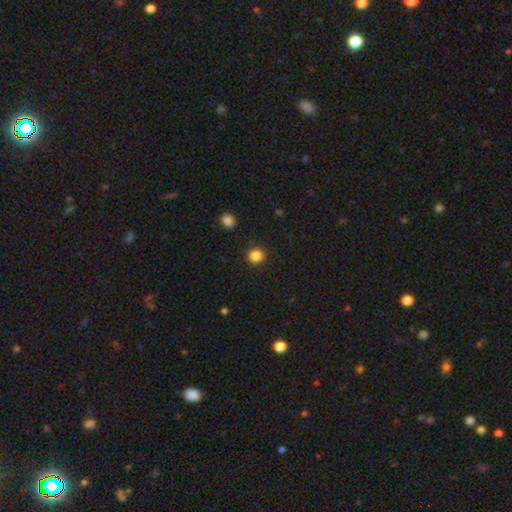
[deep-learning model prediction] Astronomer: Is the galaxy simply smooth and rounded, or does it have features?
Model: smooth — 85%.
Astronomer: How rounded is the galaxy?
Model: round — 88%.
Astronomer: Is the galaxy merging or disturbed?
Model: none — 91%.